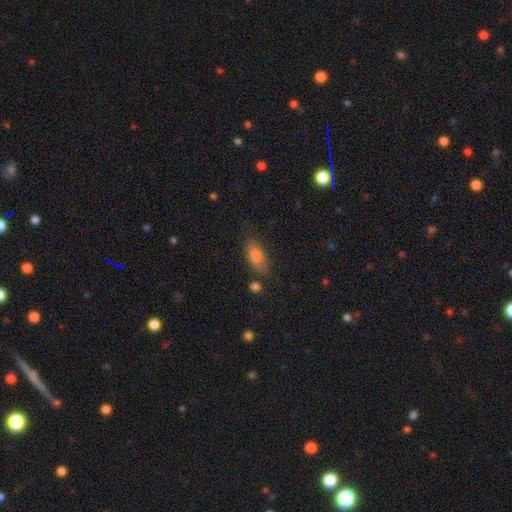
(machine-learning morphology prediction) Smooth or featured? Predicted: smooth (p=0.79). How rounded? Predicted: in between (p=0.83). Merging? Predicted: none (p=0.74).